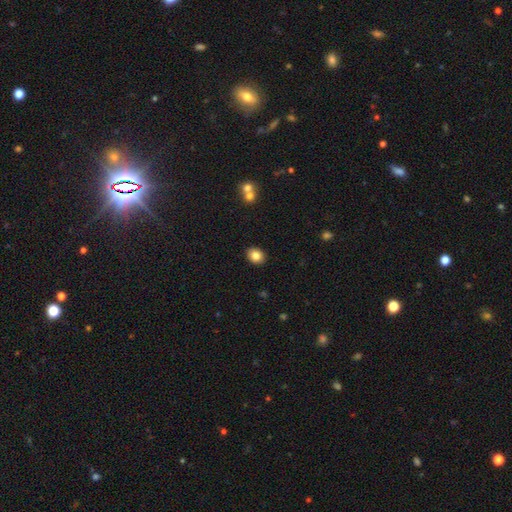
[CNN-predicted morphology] type=smooth (83%); roundness=round (53%); merging=none (91%).